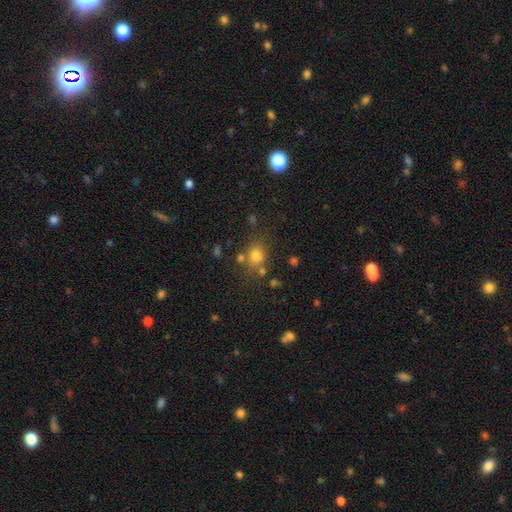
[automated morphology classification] A smooth galaxy with no disk features (74%) that is round (72%).

Vote fractions:
- Smooth or featured? smooth: 74% / star or artifact: 17% / featured or disk: 10%
- How rounded? round: 72% / in between: 27% / cigar-shaped: 1%
- Merging? none: 68% / minor disturbance: 13% / merger: 13% / major disturbance: 6%